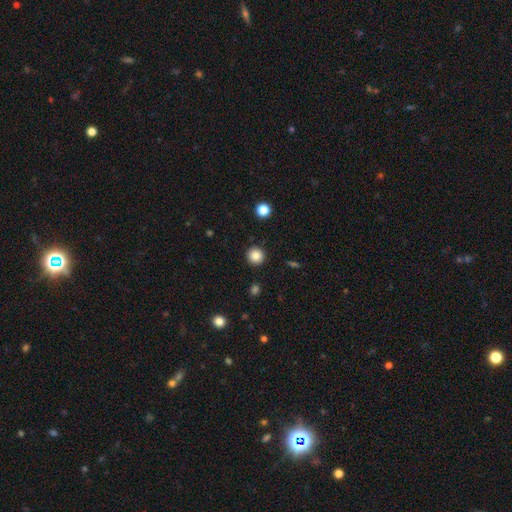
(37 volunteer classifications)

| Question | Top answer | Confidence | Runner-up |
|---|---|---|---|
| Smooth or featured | smooth | 95% | star or artifact (5%) |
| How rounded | round | 97% | in between (3%) |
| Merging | none | 94% | minor disturbance (6%) |